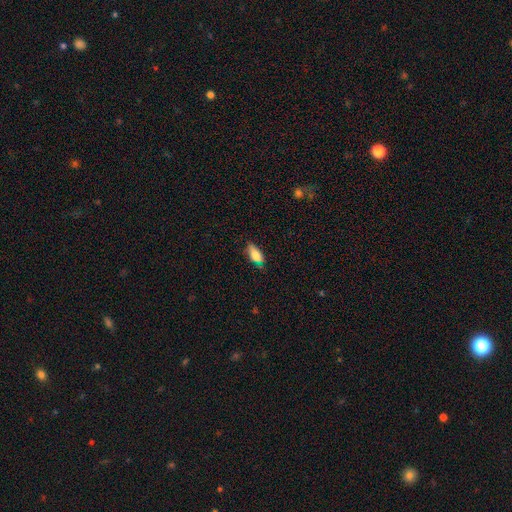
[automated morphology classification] Smooth or featured? Predicted: smooth (p=0.84). How rounded? Predicted: in between (p=0.84). Merging? Predicted: none (p=0.57).